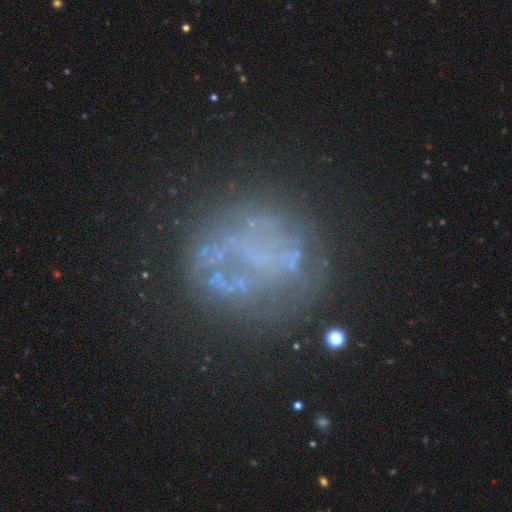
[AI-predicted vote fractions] Smooth or featured?
  - featured or disk: 59% *
  - smooth: 21%
  - star or artifact: 20%
Edge-on disk?
  - no: 98% *
  - yes: 2%
Bar?
  - no: 89% *
  - weak: 7%
  - strong: 4%
Spiral arms?
  - no: 89% *
  - yes: 11%
Bulge size?
  - none: 86% *
  - small: 7%
  - moderate: 3%
  - large: 2%
  - dominant: 1%
Merging?
  - none: 62% *
  - major disturbance: 18%
  - minor disturbance: 16%
  - merger: 5%